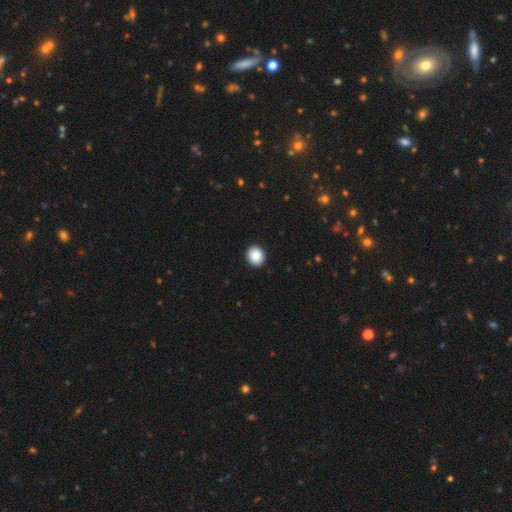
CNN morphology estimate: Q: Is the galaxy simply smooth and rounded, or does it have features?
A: smooth — 87%.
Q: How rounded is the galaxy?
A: round — 73%.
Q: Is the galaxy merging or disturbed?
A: none — 93%.